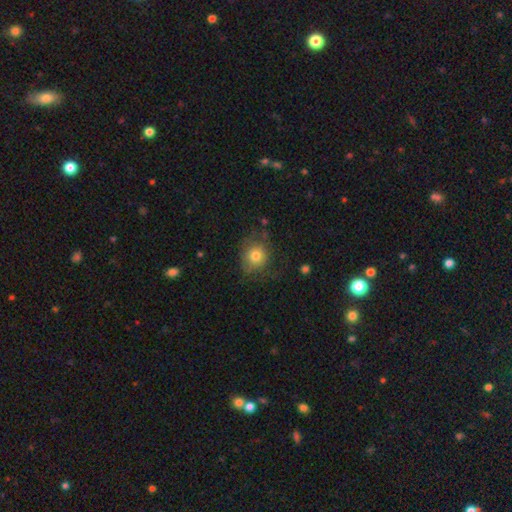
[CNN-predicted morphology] smooth 75%, featured or disk 14%, star or artifact 11%. Down the decision tree: how rounded — round (83%); merging — none (64%).